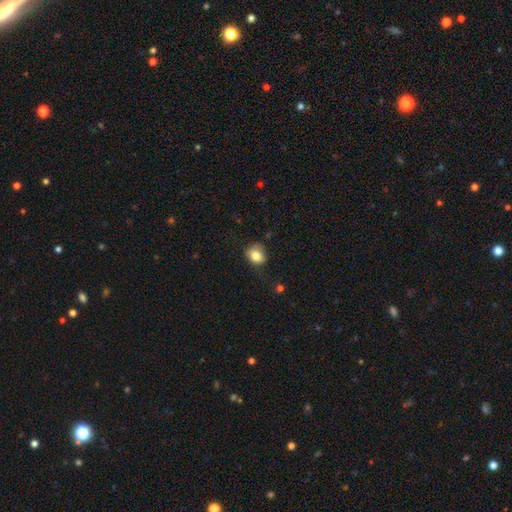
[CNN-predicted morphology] The model was most divided on "how rounded": round: 60%, in between: 39%, cigar-shaped: 1%. More confident: smooth or featured — smooth (82%); merging — none (66%).